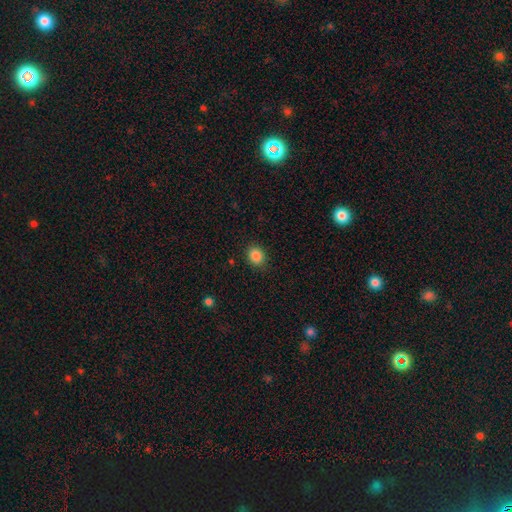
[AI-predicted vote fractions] smooth_or_featured: smooth (p=0.86) [alt: star or artifact p=0.10]
how_rounded: round (p=0.63) [alt: in between p=0.37]
merging: none (p=0.87) [alt: minor disturbance p=0.09]